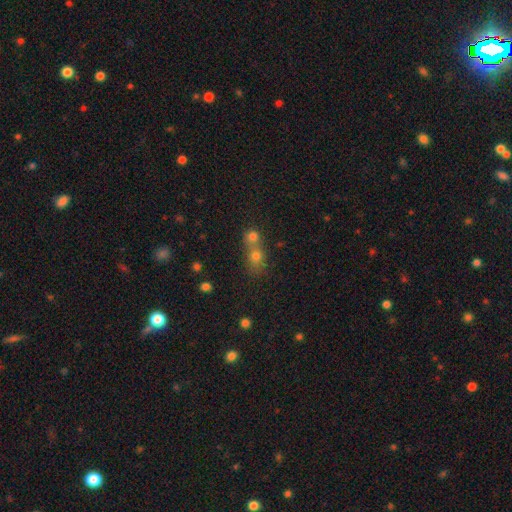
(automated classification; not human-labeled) Morphology: type=smooth (66%); roundness=round (71%); merging=merger (60%).